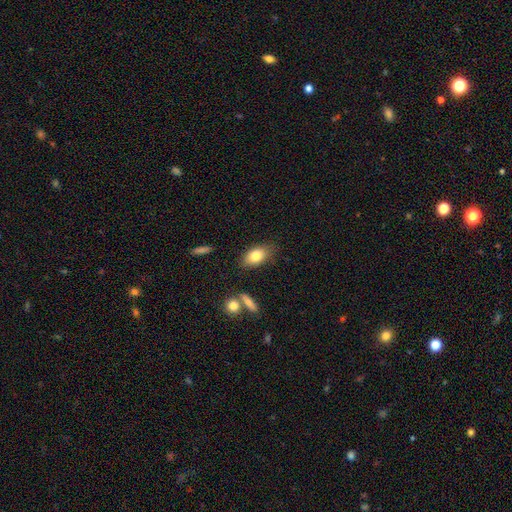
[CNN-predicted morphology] type=smooth (80%); roundness=in between (88%); merging=none (78%).